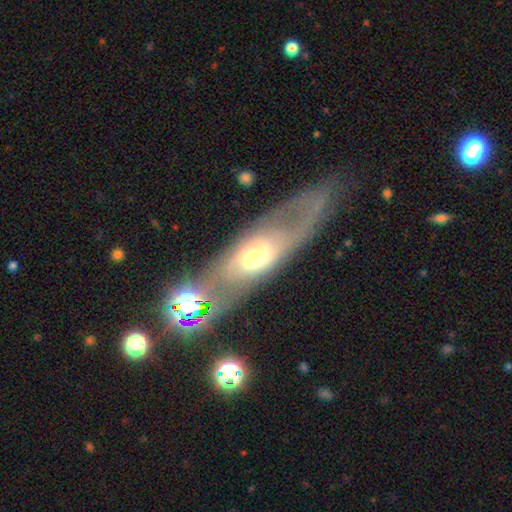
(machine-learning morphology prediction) This appears to be a featured or disk galaxy (58%). Merging: none (55%).